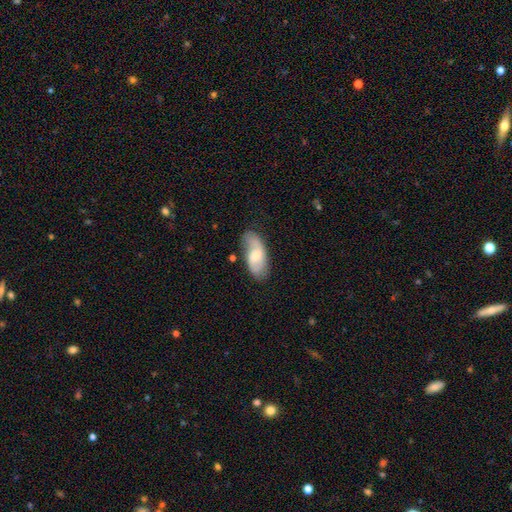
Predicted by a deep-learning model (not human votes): This appears to be a smooth galaxy with no disk features (49%). Merging: none (61%).